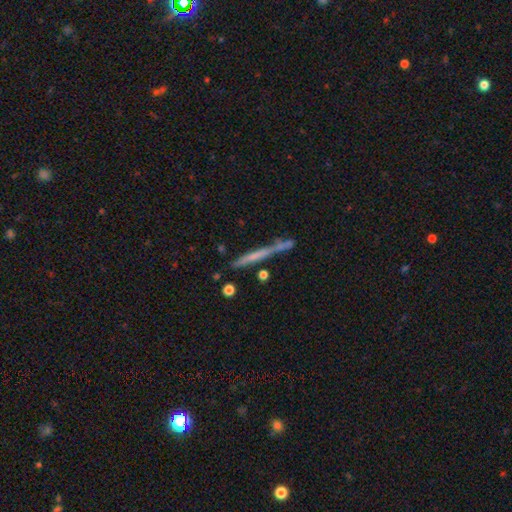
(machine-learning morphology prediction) This appears to be a smooth galaxy with no disk features (47%). Merging: none (71%).